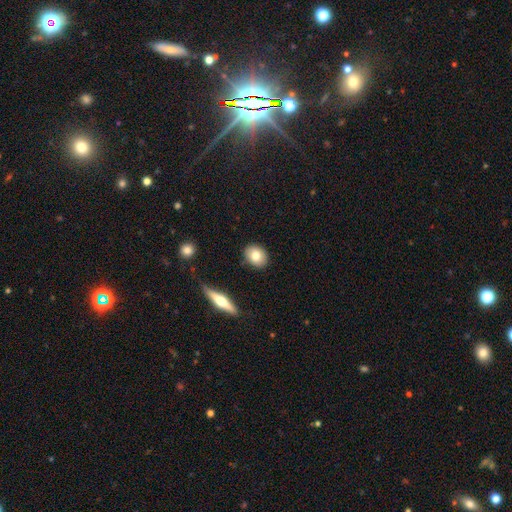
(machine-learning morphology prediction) Smooth or featured? smooth (78%)
How rounded? in between (53%)
Merging? none (88%)